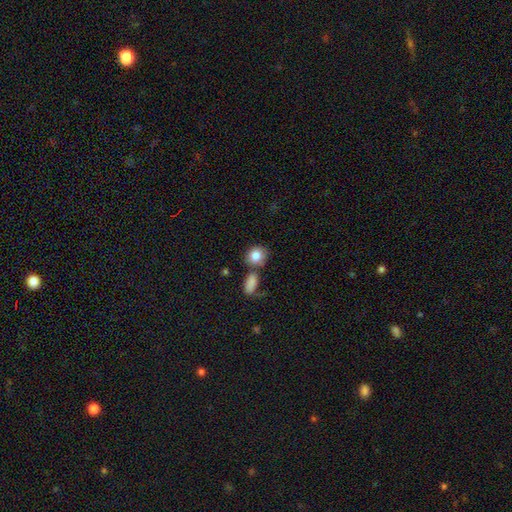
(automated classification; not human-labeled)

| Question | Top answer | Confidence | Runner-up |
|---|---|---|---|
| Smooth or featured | smooth | 85% | star or artifact (8%) |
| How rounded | round | 66% | in between (33%) |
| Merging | none | 60% | merger (21%) |